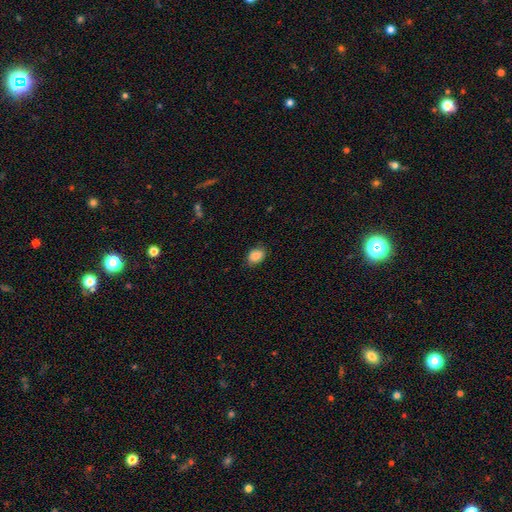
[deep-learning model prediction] Smooth or featured?
  - smooth: 86% *
  - star or artifact: 8%
  - featured or disk: 5%
How rounded?
  - in between: 72% *
  - round: 27%
  - cigar-shaped: 1%
Merging?
  - none: 82% *
  - minor disturbance: 14%
  - major disturbance: 3%
  - merger: 1%